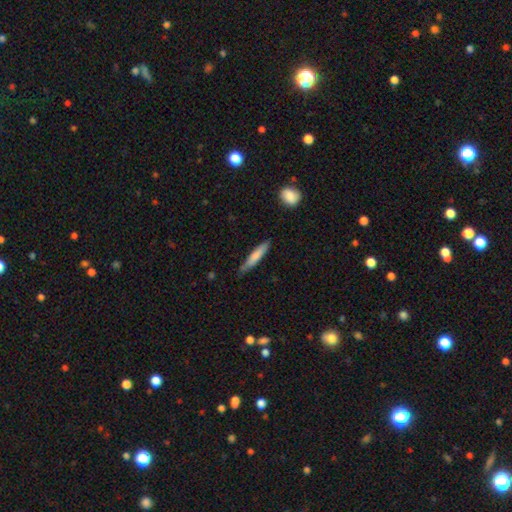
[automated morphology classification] type=smooth (74%); roundness=cigar-shaped (89%); merging=none (77%).